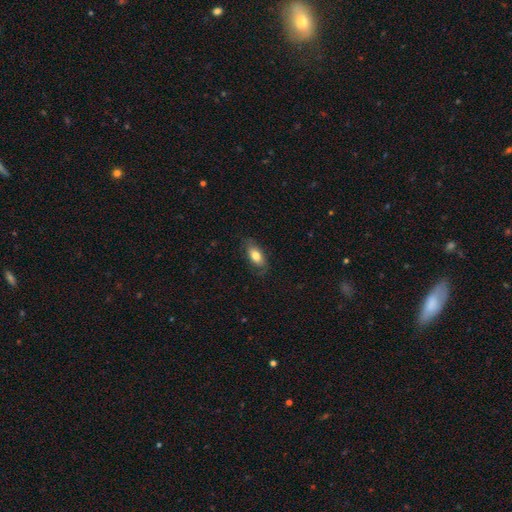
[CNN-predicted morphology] Smooth or featured? smooth (73%)
How rounded? in between (86%)
Merging? none (73%)